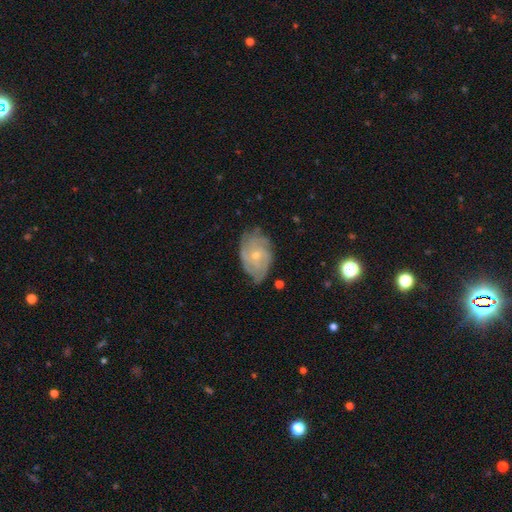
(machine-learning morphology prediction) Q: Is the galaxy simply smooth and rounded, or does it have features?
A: featured or disk — 75%.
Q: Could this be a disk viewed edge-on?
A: no — 96%.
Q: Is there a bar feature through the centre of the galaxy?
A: no — 74%.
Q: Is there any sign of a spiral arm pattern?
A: yes — 91%.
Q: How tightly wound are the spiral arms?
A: tight — 60%.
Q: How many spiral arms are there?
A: can't tell — 40%.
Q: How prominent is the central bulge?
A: small — 62%.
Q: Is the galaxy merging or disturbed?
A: none — 68%.